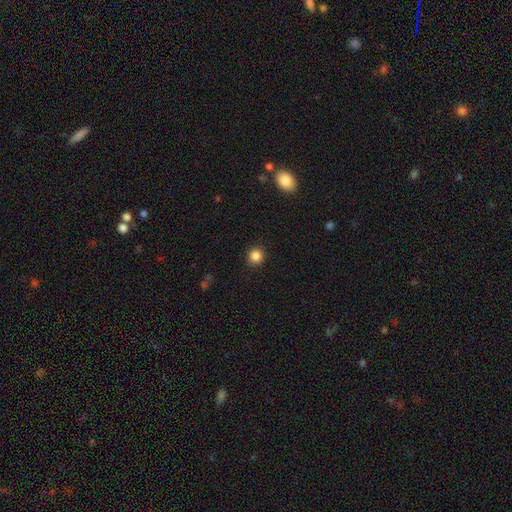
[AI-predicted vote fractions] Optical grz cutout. It shows a smooth galaxy with no disk features (85%) that is round (91%). Merging: none (91%).